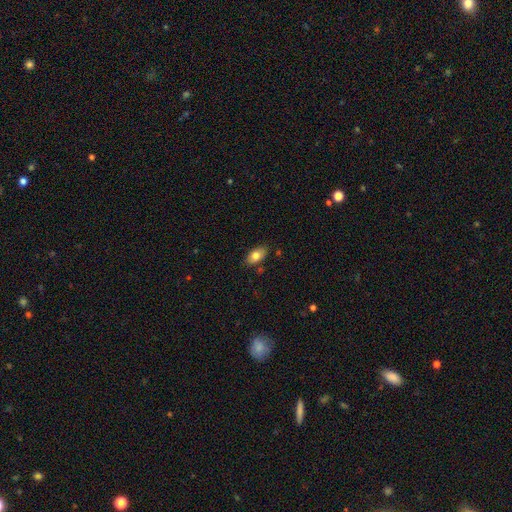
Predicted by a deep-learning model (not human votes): Q: Smooth or featured?
A: smooth (79%); runner-up: featured or disk (14%)
Q: How rounded?
A: in between (91%); runner-up: round (6%)
Q: Merging?
A: none (82%); runner-up: minor disturbance (13%)